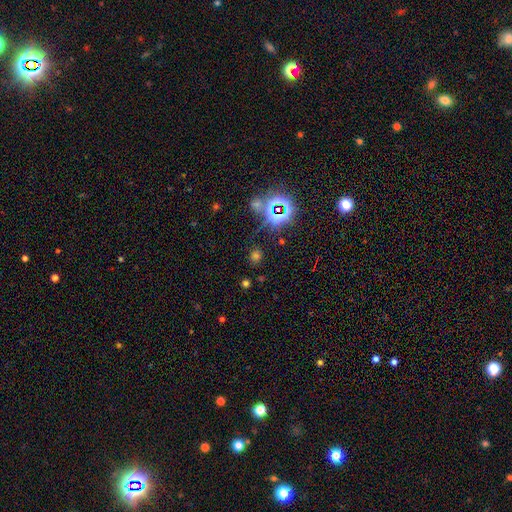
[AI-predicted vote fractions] The model was most divided on "smooth or featured": star or artifact: 51%, smooth: 43%, featured or disk: 7%.